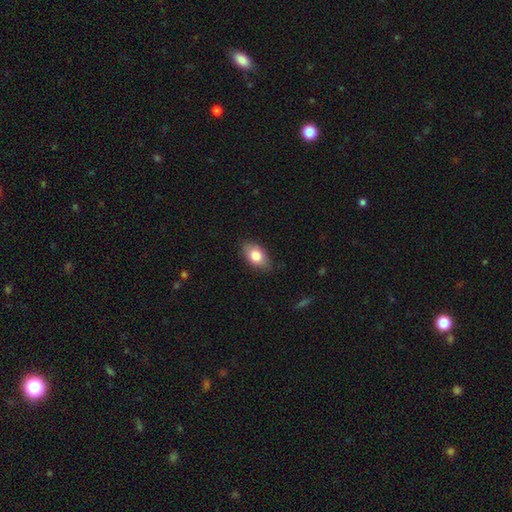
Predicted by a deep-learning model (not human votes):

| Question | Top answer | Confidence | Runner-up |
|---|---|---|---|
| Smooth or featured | smooth | 80% | featured or disk (13%) |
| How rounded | in between | 88% | round (10%) |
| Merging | none | 83% | minor disturbance (14%) |